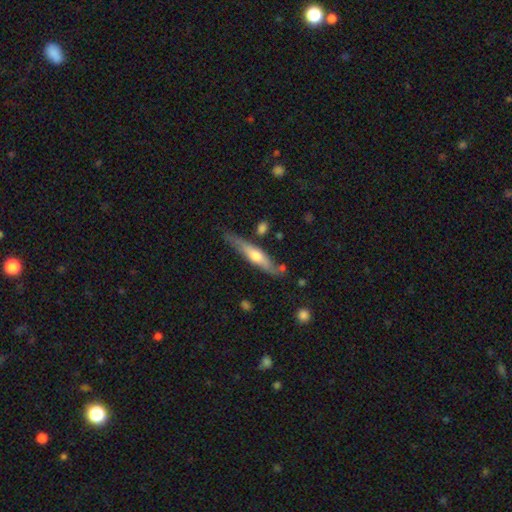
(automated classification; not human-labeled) This is possibly a featured or disk galaxy (55%). It is clearly viewed edge-on (87%). Merging: likely none (70%).